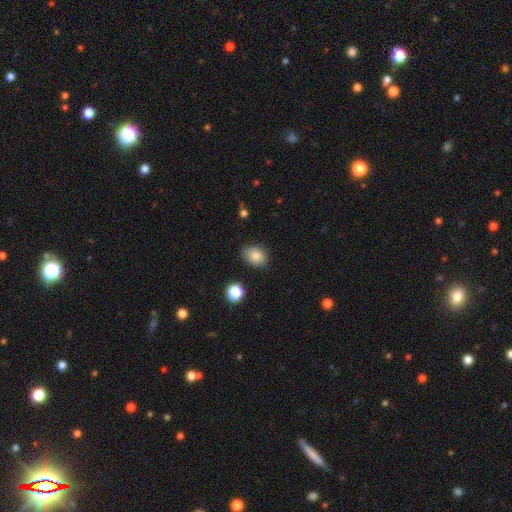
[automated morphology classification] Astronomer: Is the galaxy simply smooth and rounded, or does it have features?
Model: smooth — 85%.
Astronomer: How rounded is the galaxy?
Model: in between — 66%.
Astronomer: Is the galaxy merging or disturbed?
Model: none — 81%.